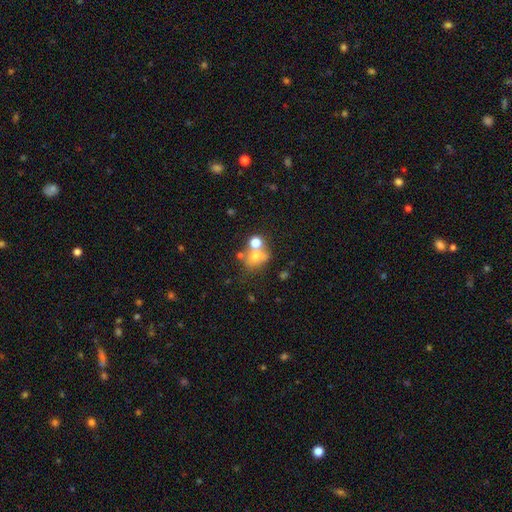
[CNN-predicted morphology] This appears to be a smooth galaxy with no disk features (62%) that is round (60%). Merging: merger (43%).